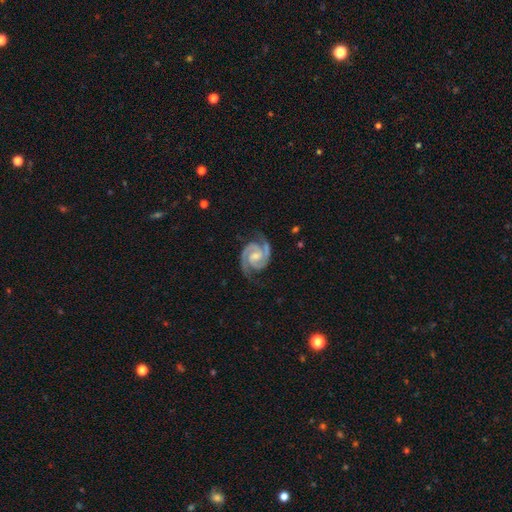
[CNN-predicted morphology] Smooth or featured? Predicted: featured or disk (p=0.94). Edge-on disk? Predicted: no (p=0.98). Bar? Predicted: no (p=0.46). Spiral arms? Predicted: yes (p=0.99). Spiral winding? Predicted: tight (p=0.54). Spiral arm count? Predicted: 2 (p=0.93). Bulge size? Predicted: small (p=0.43, tied with moderate). Merging? Predicted: none (p=0.79).